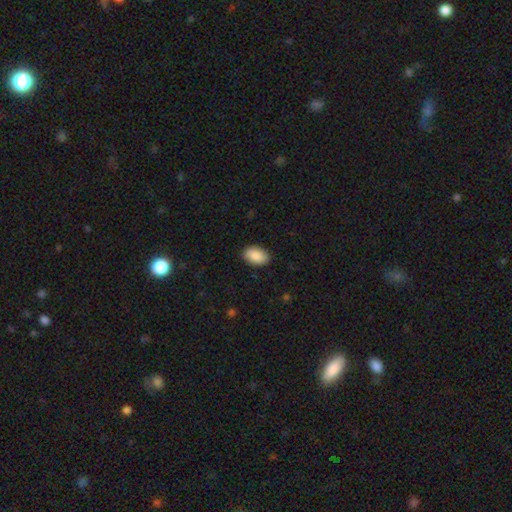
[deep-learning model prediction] A smooth galaxy with no disk features (90%) that is in between round and cigar-shaped (91%). Merging: none (89%).